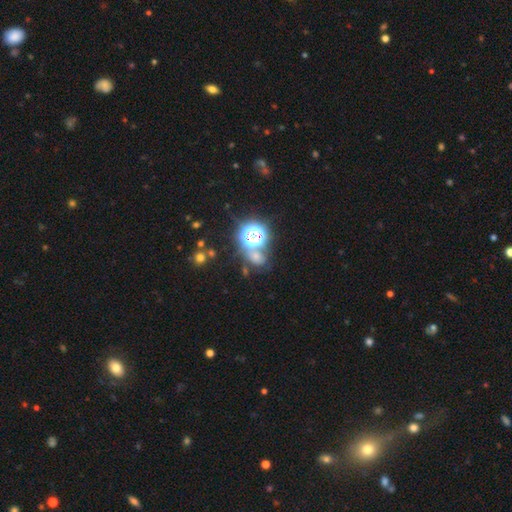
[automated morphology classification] Smooth or featured: smooth — 45% (tied with star or artifact — 45%)
Merging: none — 58% (merger — 22%)